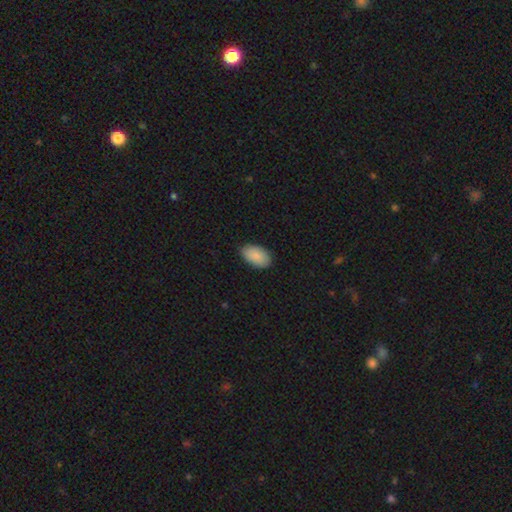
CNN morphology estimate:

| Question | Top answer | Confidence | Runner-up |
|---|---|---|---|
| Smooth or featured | smooth | 89% | star or artifact (6%) |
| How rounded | in between | 94% | round (4%) |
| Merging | none | 85% | minor disturbance (12%) |